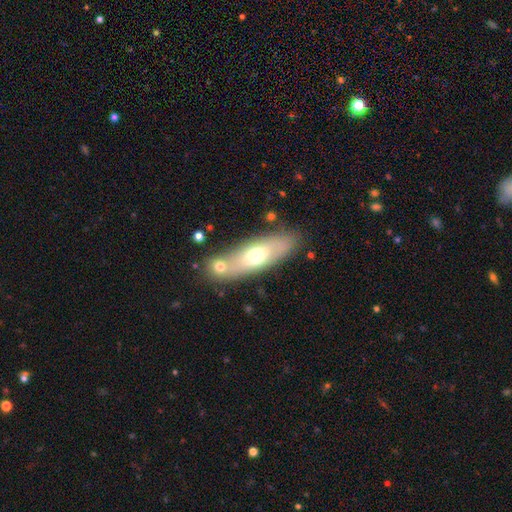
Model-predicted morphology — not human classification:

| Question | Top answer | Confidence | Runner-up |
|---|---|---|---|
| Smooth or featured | smooth | 59% | featured or disk (34%) |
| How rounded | in between | 62% | cigar-shaped (35%) |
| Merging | none | 64% | merger (19%) |